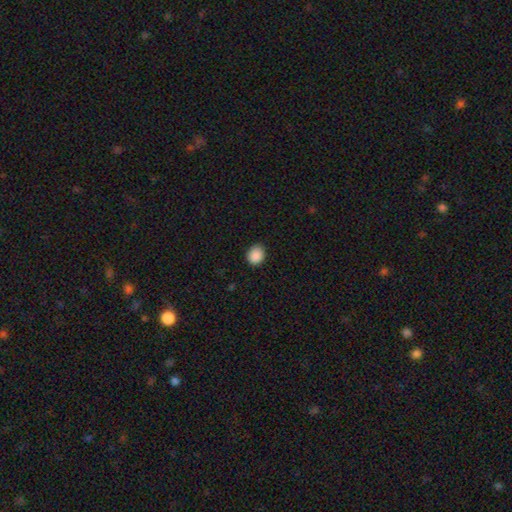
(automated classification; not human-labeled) Morphology: type=smooth (89%); roundness=round (56%); merging=none (85%).